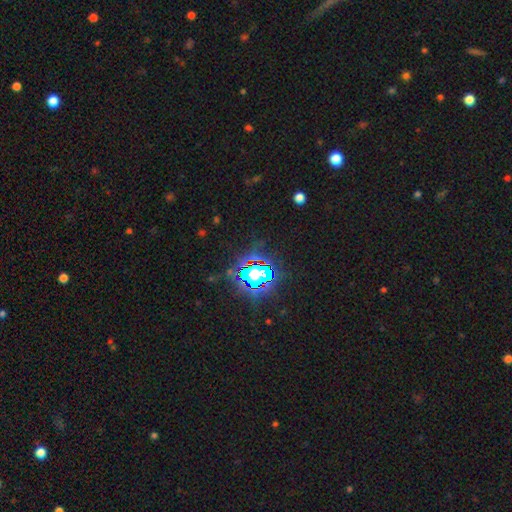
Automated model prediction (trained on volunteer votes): A star or artifact, not a galaxy (83%).